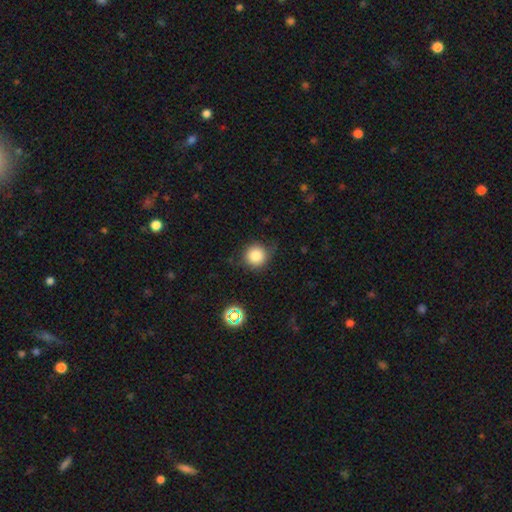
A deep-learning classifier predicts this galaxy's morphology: Smooth or featured?
  - smooth: 83% *
  - star or artifact: 12%
  - featured or disk: 6%
How rounded?
  - round: 93% *
  - in between: 6%
  - cigar-shaped: 1%
Merging?
  - none: 76% *
  - minor disturbance: 17%
  - major disturbance: 5%
  - merger: 2%